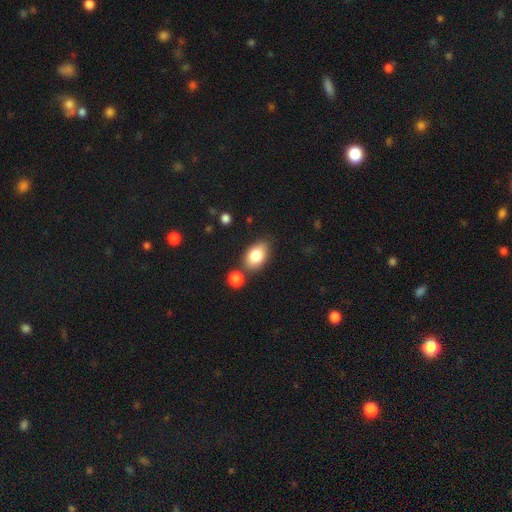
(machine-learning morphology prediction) Q: Smooth or featured?
A: smooth (81%); runner-up: featured or disk (11%)
Q: How rounded?
A: in between (88%); runner-up: round (10%)
Q: Merging?
A: none (73%); runner-up: minor disturbance (13%)